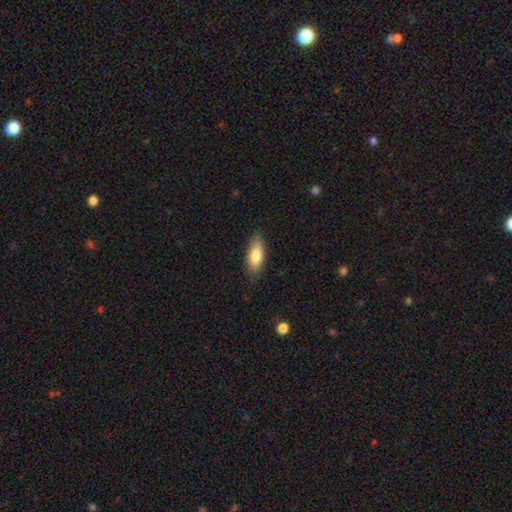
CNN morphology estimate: A smooth galaxy with no disk features (80%) that is in between round and cigar-shaped (76%). Merging: none (84%).